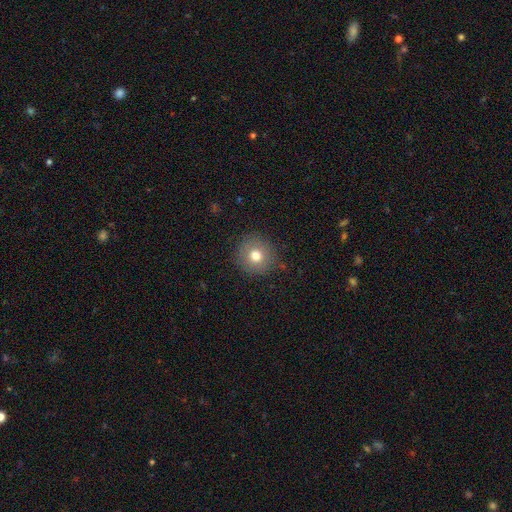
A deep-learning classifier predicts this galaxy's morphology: smooth-or-featured: smooth: 74% | featured or disk: 13% | star or artifact: 13%
  how-rounded: round: 93% | in between: 6% | cigar-shaped: 1%
  merging: none: 87% | minor disturbance: 8% | major disturbance: 3% | merger: 1%